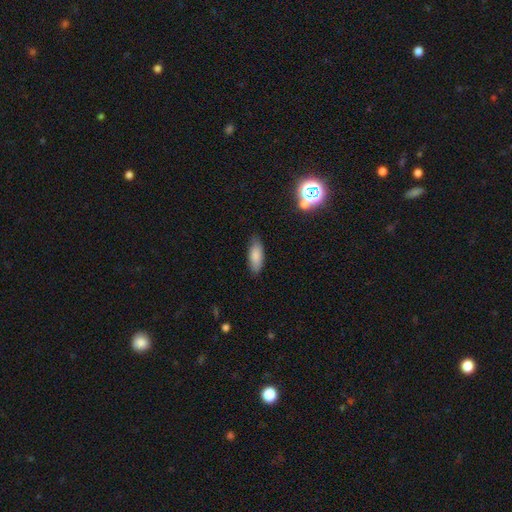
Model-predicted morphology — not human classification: Smooth or featured: smooth — 83% (featured or disk — 9%)
How rounded: in between — 73% (cigar-shaped — 25%)
Merging: none — 83% (minor disturbance — 13%)